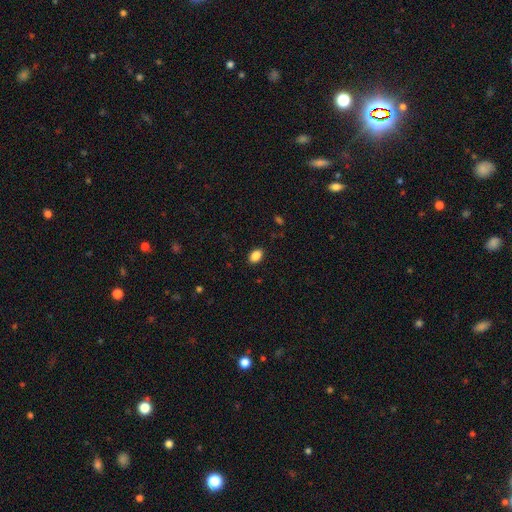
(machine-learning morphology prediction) smooth-or-featured: smooth: 88% | star or artifact: 9% | featured or disk: 3%
  how-rounded: in between: 82% | round: 17% | cigar-shaped: 1%
  merging: none: 89% | minor disturbance: 8% | major disturbance: 2% | merger: 1%